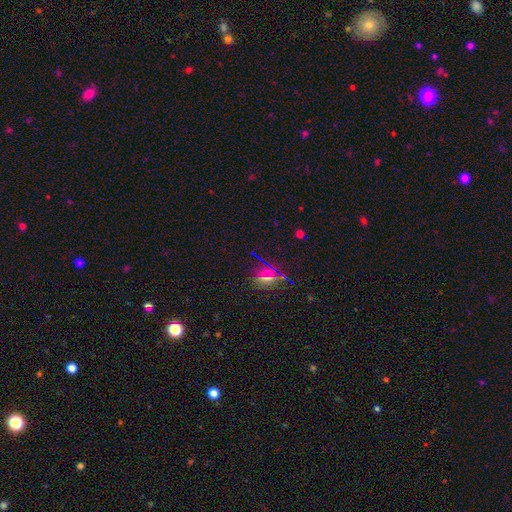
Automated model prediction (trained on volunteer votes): smooth_or_featured: star or artifact (p=0.60) [alt: smooth p=0.29]